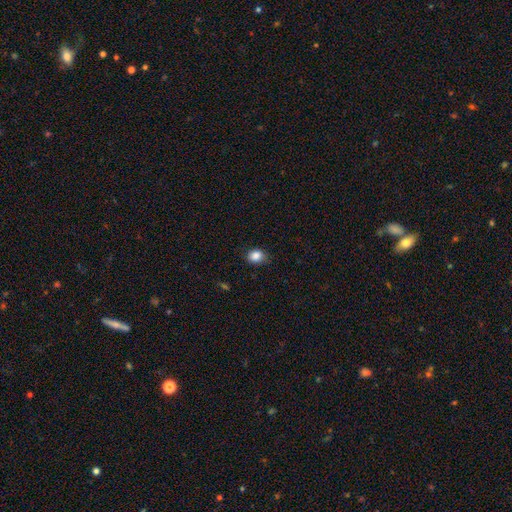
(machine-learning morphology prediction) A smooth galaxy with no disk features (86%) that is round (55%). Merging: none (81%).